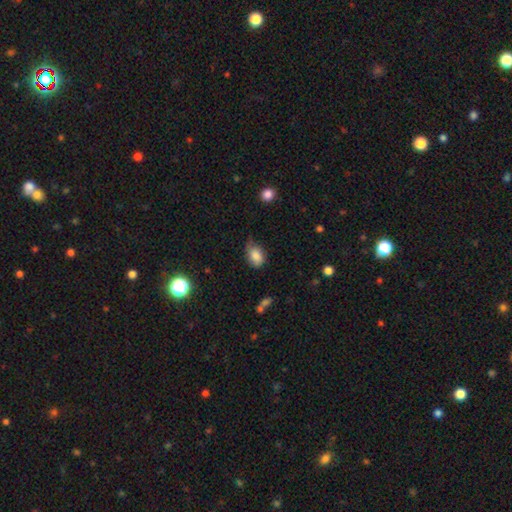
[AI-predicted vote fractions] Smooth or featured? Predicted: smooth (p=0.82). How rounded? Predicted: in between (p=0.81). Merging? Predicted: none (p=0.49).